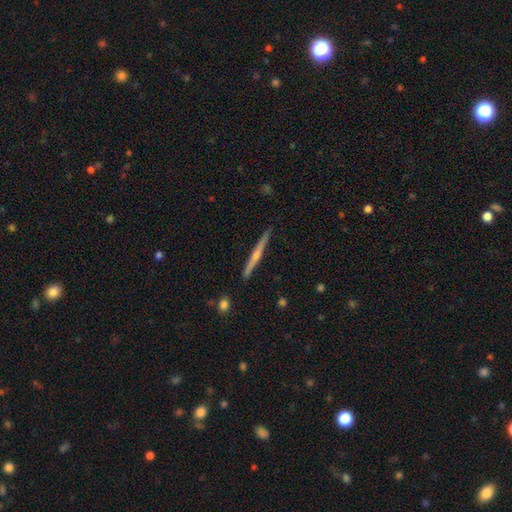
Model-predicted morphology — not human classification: featured or disk 67%, smooth 27%, star or artifact 6%. Down the decision tree: edge-on disk — yes (98%); edge-on bulge — rounded (70%); merging — none (90%).